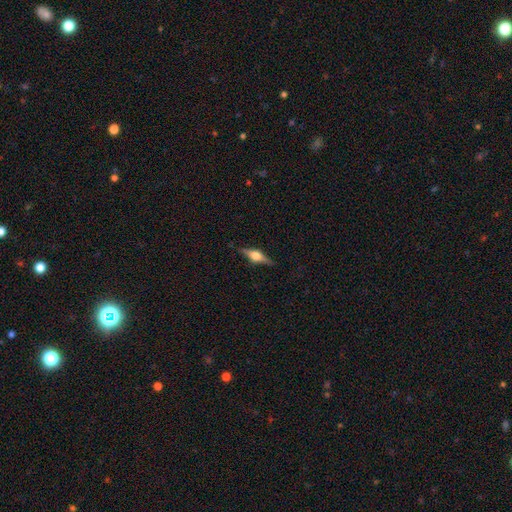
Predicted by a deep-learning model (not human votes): featured or disk 69%, smooth 24%, star or artifact 7%. Down the decision tree: edge-on disk — yes (96%); edge-on bulge — rounded (92%); merging — none (86%).